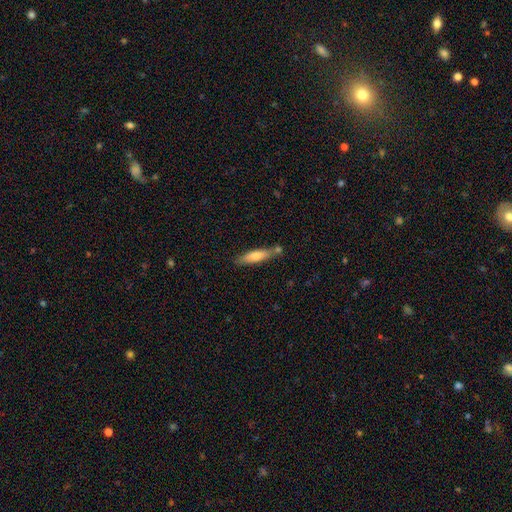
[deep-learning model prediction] smooth-or-featured: smooth: 62% | featured or disk: 31% | star or artifact: 6%
  how-rounded: cigar-shaped: 77% | in between: 21% | round: 2%
  merging: none: 73% | minor disturbance: 15% | merger: 9% | major disturbance: 3%